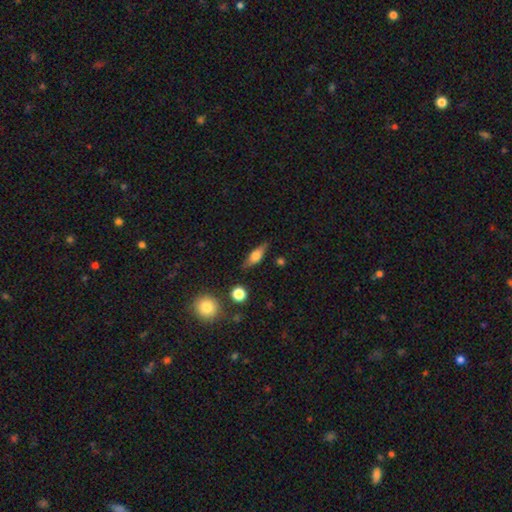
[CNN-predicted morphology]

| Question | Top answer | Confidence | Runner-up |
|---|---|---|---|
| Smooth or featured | smooth | 52% | featured or disk (39%) |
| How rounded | in between | 55% | cigar-shaped (39%) |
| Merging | none | 81% | minor disturbance (13%) |